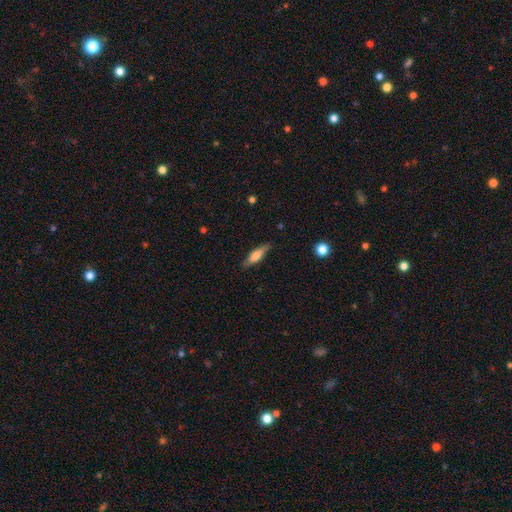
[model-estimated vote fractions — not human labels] Morphology: type=smooth (57%); roundness=cigar-shaped (67%); merging=none (83%).